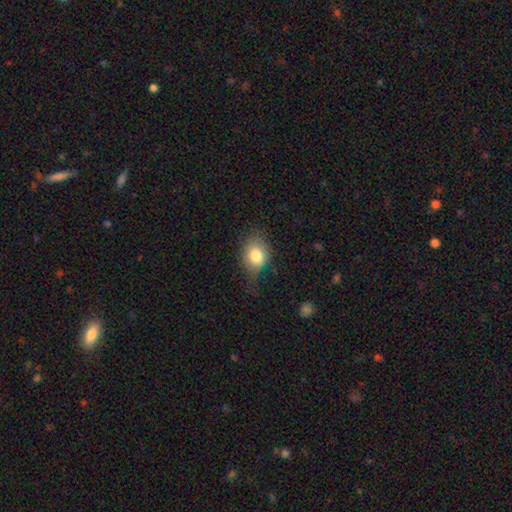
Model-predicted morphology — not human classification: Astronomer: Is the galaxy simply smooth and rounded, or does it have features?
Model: smooth — 79%.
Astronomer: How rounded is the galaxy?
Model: in between — 51% (runner-up: round, 48%).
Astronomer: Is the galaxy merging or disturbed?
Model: none — 53% (runner-up: minor disturbance, 32%).